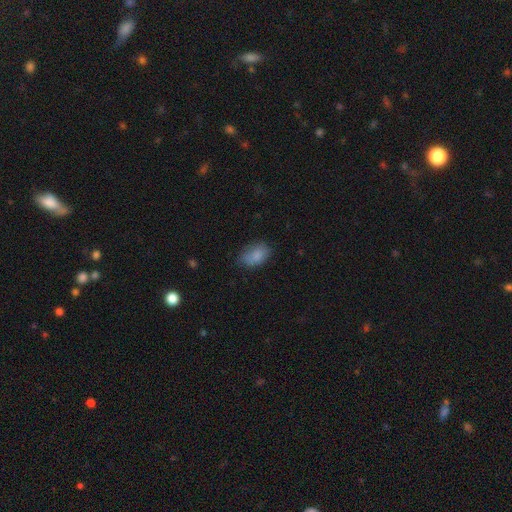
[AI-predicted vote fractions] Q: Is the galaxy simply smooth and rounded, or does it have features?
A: smooth — 85%.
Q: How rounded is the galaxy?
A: in between — 90%.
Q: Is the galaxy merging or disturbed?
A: none — 70%.